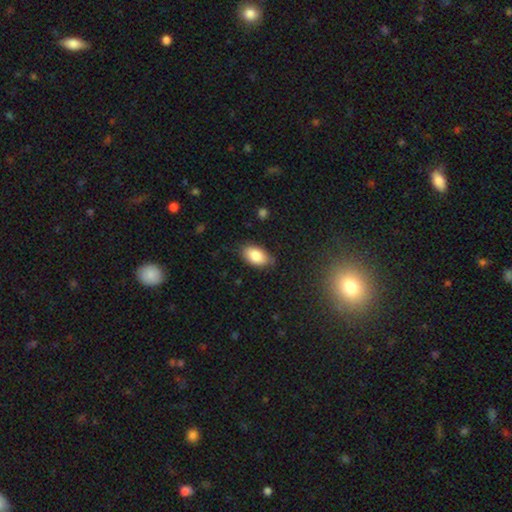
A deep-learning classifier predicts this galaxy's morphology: smooth_or_featured: smooth (p=0.85) [alt: featured or disk p=0.08]
how_rounded: in between (p=0.93) [alt: round p=0.05]
merging: none (p=0.77) [alt: minor disturbance p=0.19]